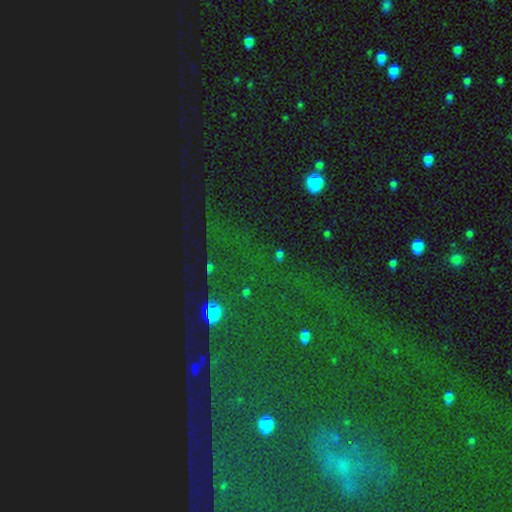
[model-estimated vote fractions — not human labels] star or artifact 80%, smooth 10%, featured or disk 10%.